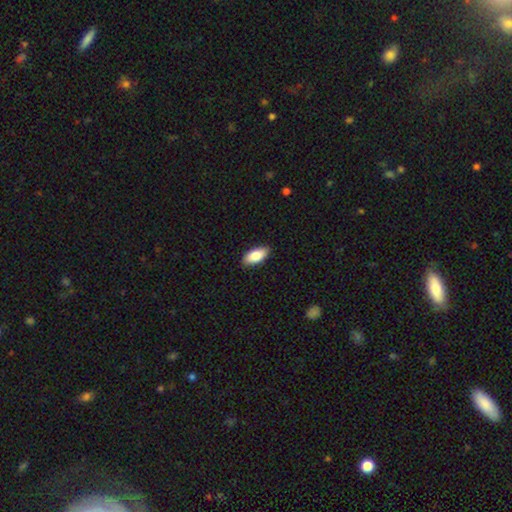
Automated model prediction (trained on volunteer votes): A smooth galaxy with no disk features (82%) that is in between round and cigar-shaped (90%). Merging: none (88%).